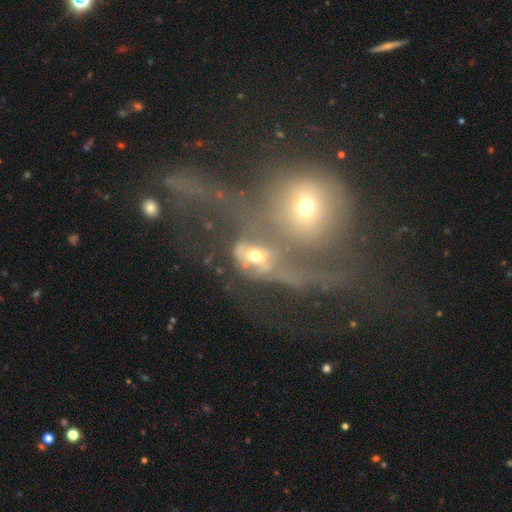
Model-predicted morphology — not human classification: This appears to be a featured or disk galaxy (50%). Merging: merger (62%).